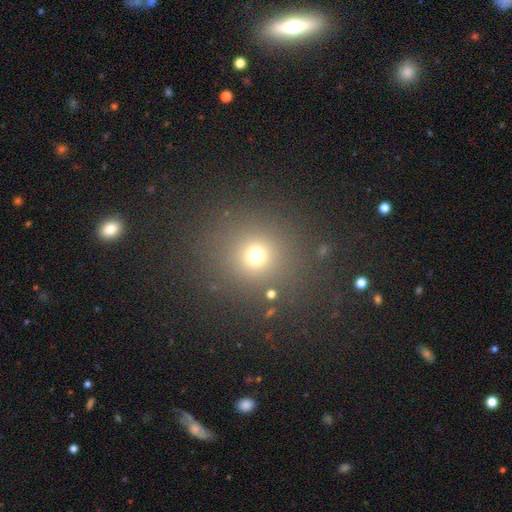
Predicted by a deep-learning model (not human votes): smooth_or_featured: smooth (p=0.69) [alt: star or artifact p=0.23]
how_rounded: round (p=0.86) [alt: in between p=0.13]
merging: none (p=0.83) [alt: minor disturbance p=0.09]